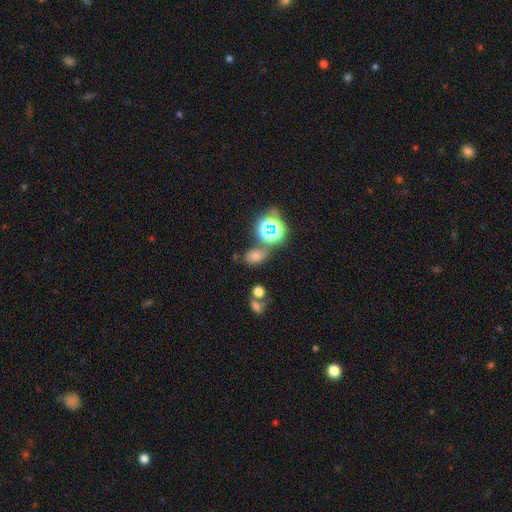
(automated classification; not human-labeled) A smooth galaxy with no disk features (61%) that is in between round and cigar-shaped (74%). Merging: none (61%).